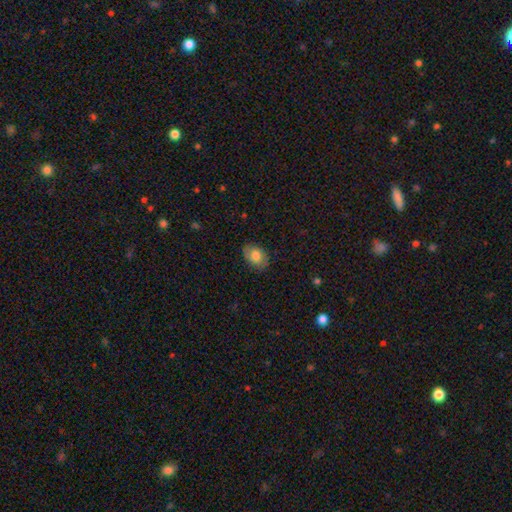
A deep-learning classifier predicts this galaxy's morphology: This is likely a smooth galaxy (72%). How rounded: clearly in between (80%). Merging: clearly none (81%).